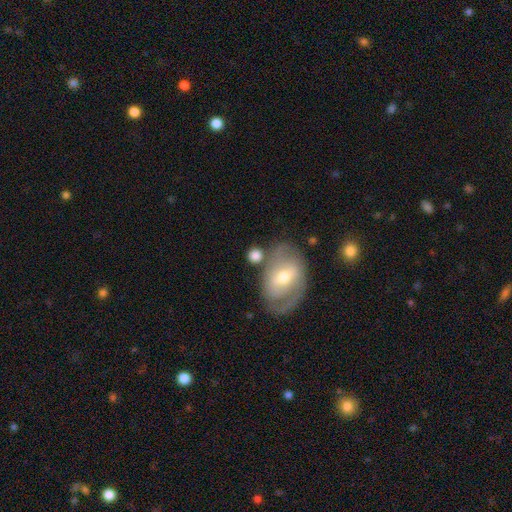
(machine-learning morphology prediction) Smooth or featured?
  - smooth: 69% *
  - featured or disk: 24%
  - star or artifact: 7%
How rounded?
  - round: 63% *
  - in between: 35%
  - cigar-shaped: 2%
Merging?
  - none: 64% *
  - merger: 16%
  - minor disturbance: 14%
  - major disturbance: 6%